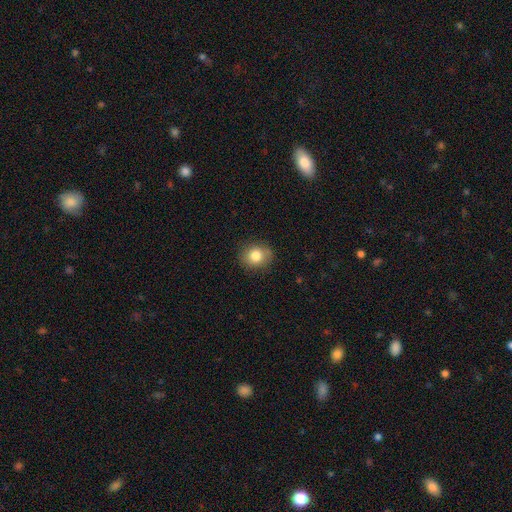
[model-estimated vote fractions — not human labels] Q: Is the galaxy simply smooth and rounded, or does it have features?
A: smooth — 82%.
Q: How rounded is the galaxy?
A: round — 75%.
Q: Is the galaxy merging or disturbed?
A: none — 85%.